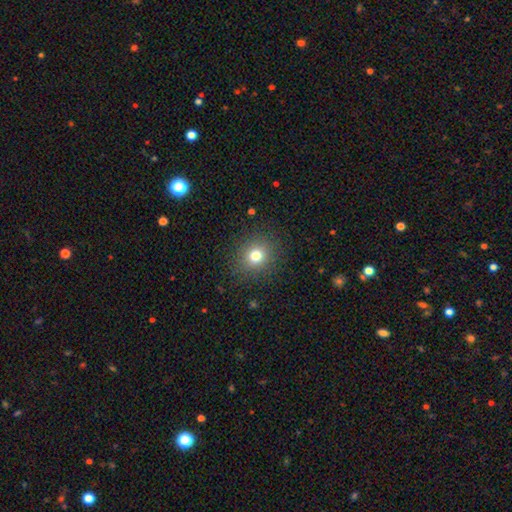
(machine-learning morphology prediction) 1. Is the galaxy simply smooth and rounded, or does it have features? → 77% smooth, 14% star or artifact, 9% featured or disk.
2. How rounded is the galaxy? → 78% round, 21% in between, 1% cigar-shaped.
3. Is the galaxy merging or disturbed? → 87% none, 8% minor disturbance, 3% major disturbance, 1% merger.